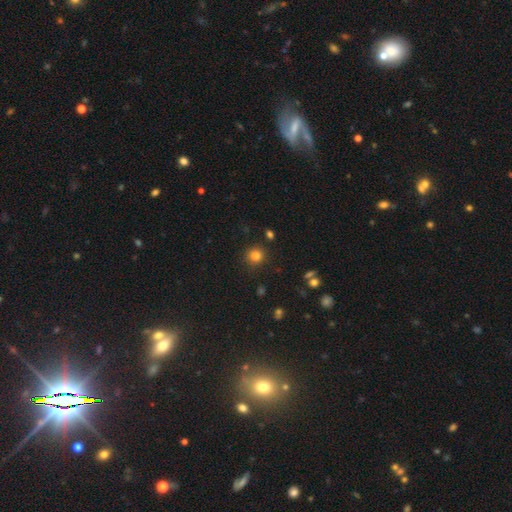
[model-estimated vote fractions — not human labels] A smooth galaxy with no disk features (81%) that is round (91%).

Vote fractions:
- Smooth or featured? smooth: 81% / star or artifact: 14% / featured or disk: 5%
- How rounded? round: 91% / in between: 8% / cigar-shaped: 1%
- Merging? none: 87% / minor disturbance: 8% / major disturbance: 3% / merger: 2%